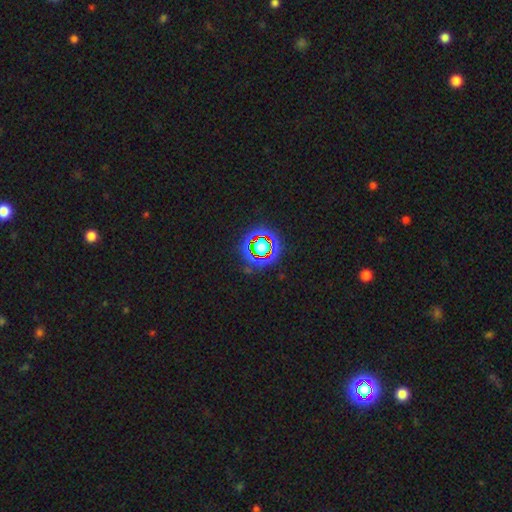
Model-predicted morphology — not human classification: This is likely a star or artifact rather than a galaxy (78%).